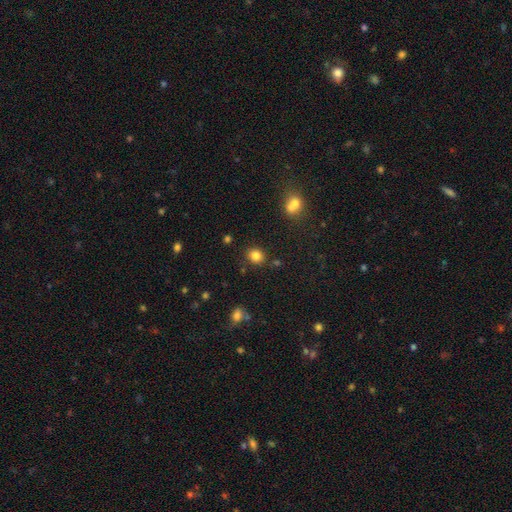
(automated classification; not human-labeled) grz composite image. It shows a smooth galaxy with no disk features (82%) that is round (75%). Merging: none (83%).